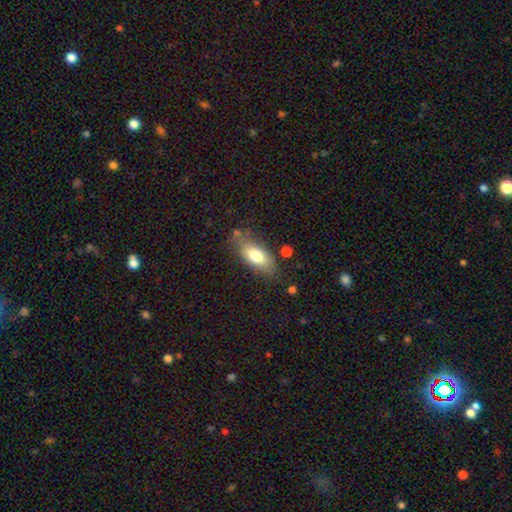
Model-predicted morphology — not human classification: smooth 74%, featured or disk 19%, star or artifact 7%. Down the decision tree: how rounded — in between (83%); merging — none (72%).